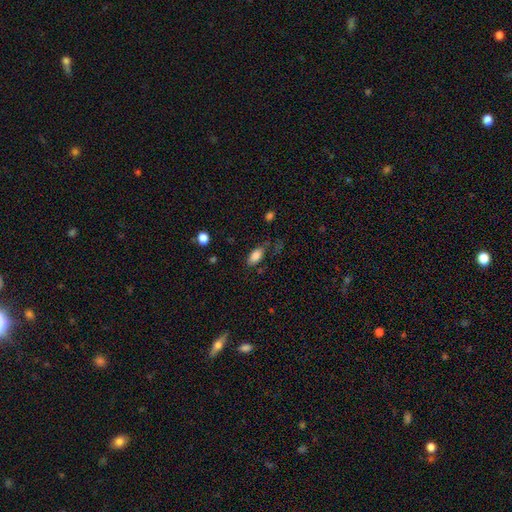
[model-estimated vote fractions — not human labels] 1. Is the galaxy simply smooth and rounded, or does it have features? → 83% smooth, 9% featured or disk, 8% star or artifact.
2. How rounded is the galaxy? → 89% in between, 7% cigar-shaped, 3% round.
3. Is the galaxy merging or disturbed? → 70% none, 20% minor disturbance, 7% major disturbance, 3% merger.